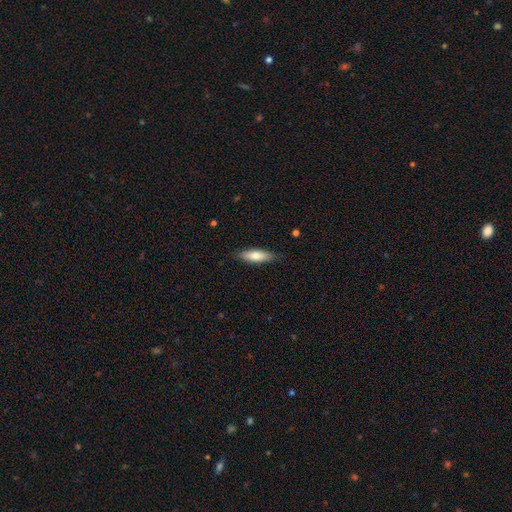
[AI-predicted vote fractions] Q: Smooth or featured?
A: smooth (73%); runner-up: featured or disk (21%)
Q: How rounded?
A: in between (52%); runner-up: cigar-shaped (46%)
Q: Merging?
A: none (84%); runner-up: minor disturbance (13%)